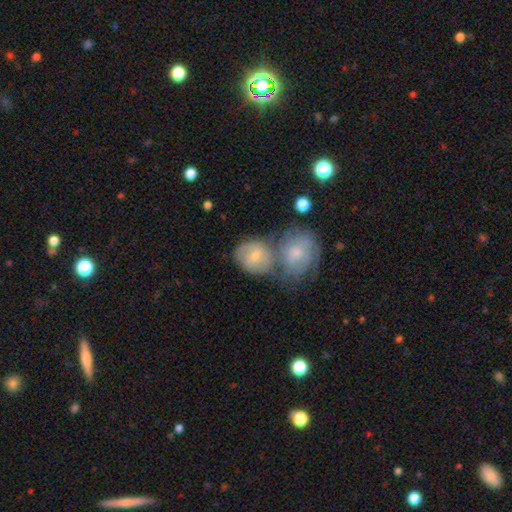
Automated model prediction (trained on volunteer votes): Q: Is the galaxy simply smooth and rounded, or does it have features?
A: featured or disk — 58%.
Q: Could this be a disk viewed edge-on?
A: no — 97%.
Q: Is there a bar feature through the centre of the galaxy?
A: no — 47%.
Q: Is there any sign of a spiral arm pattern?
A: yes — 86%.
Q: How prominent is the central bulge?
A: small — 55%.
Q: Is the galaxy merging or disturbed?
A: merger — 51%.